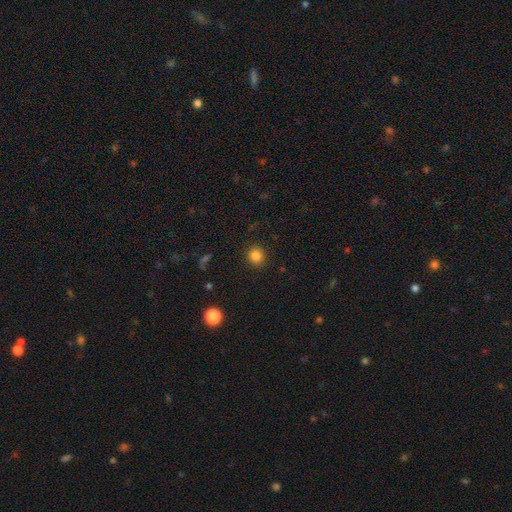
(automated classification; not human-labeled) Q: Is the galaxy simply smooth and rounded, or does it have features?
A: smooth — 84%.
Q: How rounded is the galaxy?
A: round — 91%.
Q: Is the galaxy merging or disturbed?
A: none — 90%.